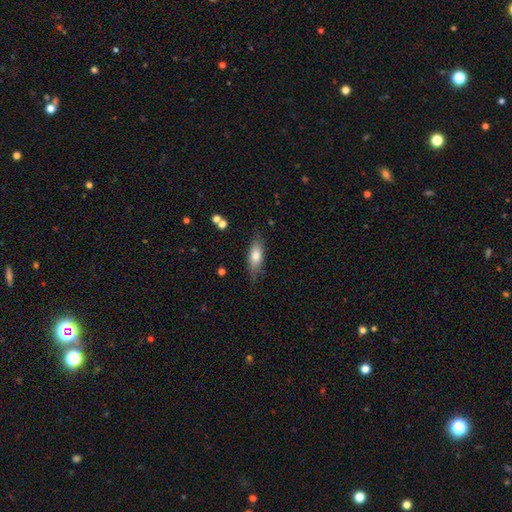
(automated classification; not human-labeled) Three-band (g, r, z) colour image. It shows a smooth galaxy with no disk features (73%) that is in between round and cigar-shaped (70%). Merging: none (75%).